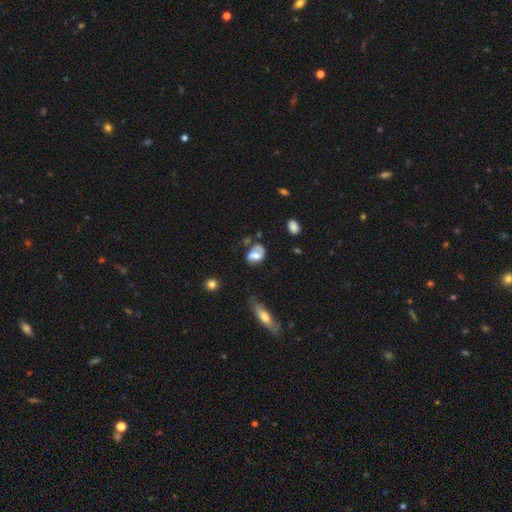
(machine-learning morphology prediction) This appears to be a smooth galaxy with no disk features (60%) that is in between round and cigar-shaped (82%). Merging: none (38%).